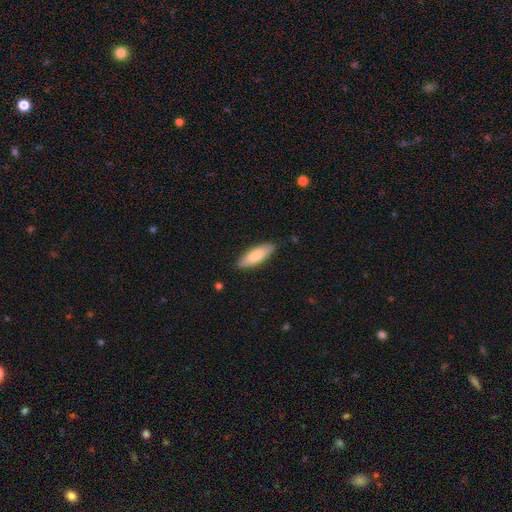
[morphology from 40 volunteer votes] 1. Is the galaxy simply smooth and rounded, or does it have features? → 82% smooth, 12% featured or disk, 5% star or artifact.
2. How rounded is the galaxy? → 61% in between, 39% cigar-shaped, 0% round.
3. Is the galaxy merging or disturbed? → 87% none, 8% minor disturbance, 5% major disturbance, 0% merger.